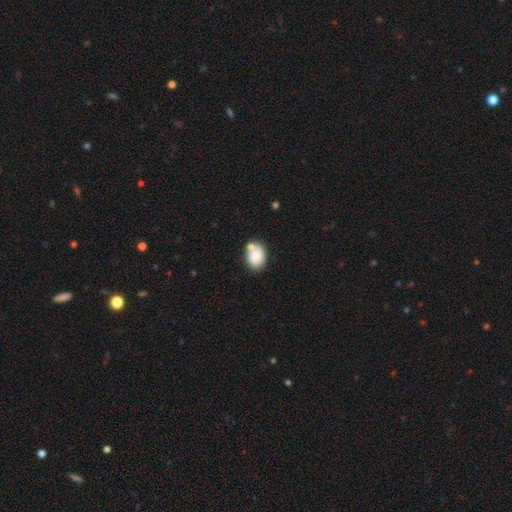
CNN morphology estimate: smooth_or_featured: smooth (p=0.84) [alt: star or artifact p=0.08]
how_rounded: in between (p=0.69) [alt: round p=0.29]
merging: none (p=0.61) [alt: merger p=0.19]